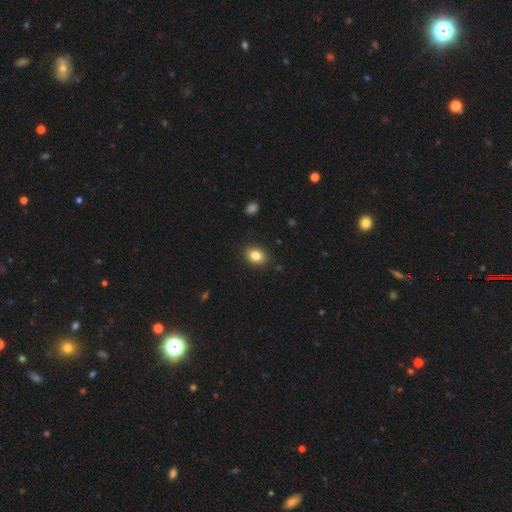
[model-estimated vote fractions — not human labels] Morphology: type=smooth (84%); roundness=in between (65%); merging=none (89%).